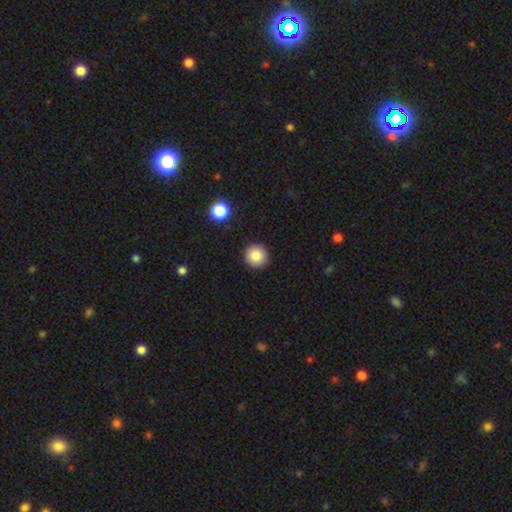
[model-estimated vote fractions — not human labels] Smooth or featured: smooth — 84% (star or artifact — 10%)
How rounded: round — 96% (in between — 3%)
Merging: none — 92% (minor disturbance — 5%)